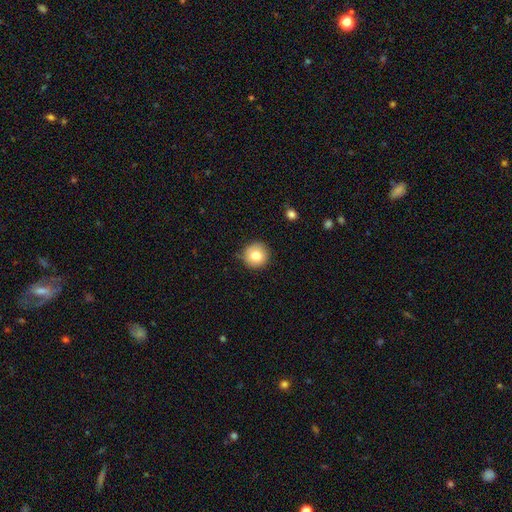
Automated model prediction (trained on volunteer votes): Morphology: type=smooth (80%); roundness=round (95%); merging=none (86%).